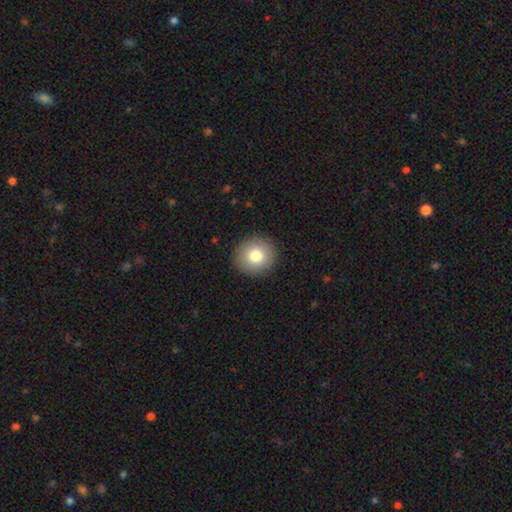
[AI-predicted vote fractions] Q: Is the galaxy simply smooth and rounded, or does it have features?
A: smooth — 79%.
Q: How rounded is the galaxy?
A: round — 90%.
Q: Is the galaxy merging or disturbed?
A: none — 92%.